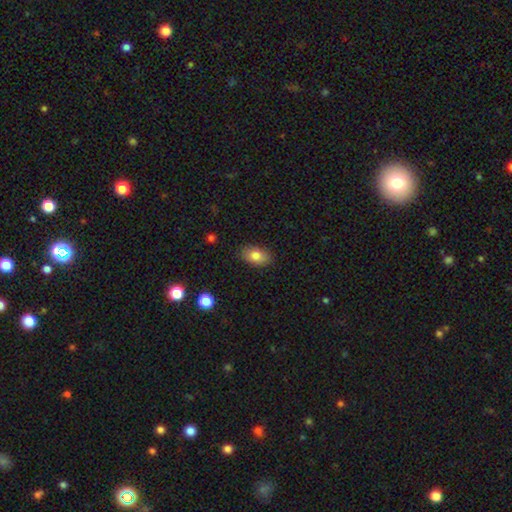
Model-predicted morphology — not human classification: Smooth or featured?
  - smooth: 82% *
  - featured or disk: 10%
  - star or artifact: 8%
How rounded?
  - in between: 89% *
  - round: 9%
  - cigar-shaped: 2%
Merging?
  - none: 86% *
  - minor disturbance: 11%
  - major disturbance: 2%
  - merger: 1%